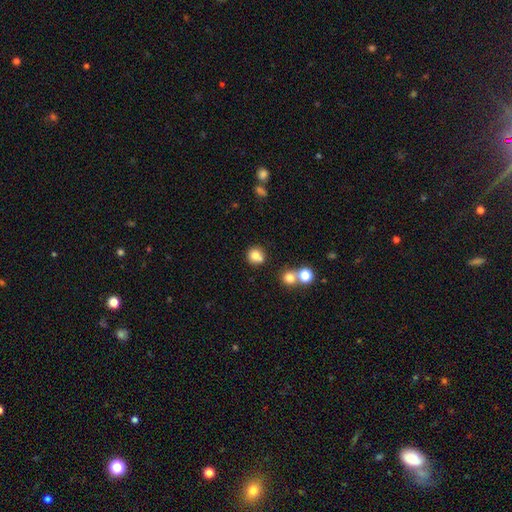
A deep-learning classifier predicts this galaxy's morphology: smooth 79%, star or artifact 12%, featured or disk 8%. Down the decision tree: how rounded — round (87%); merging — none (65%).